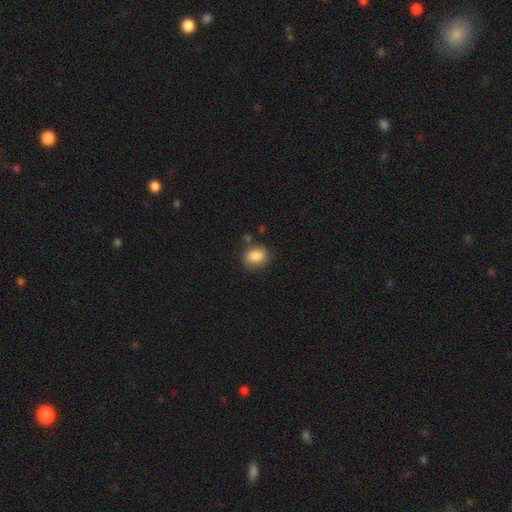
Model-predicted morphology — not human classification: smooth-or-featured: smooth: 87% | star or artifact: 8% | featured or disk: 5%
  how-rounded: round: 50% | in between: 49% | cigar-shaped: 1%
  merging: none: 74% | minor disturbance: 17% | major disturbance: 4% | merger: 4%